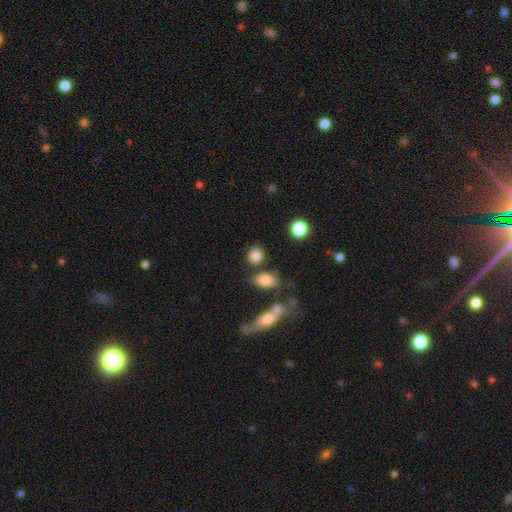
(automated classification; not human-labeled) Smooth or featured? smooth (84%)
How rounded? round (74%)
Merging? none (78%)